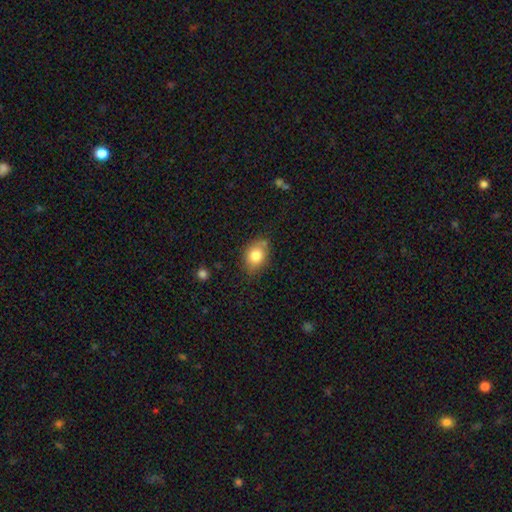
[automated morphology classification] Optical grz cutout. It shows a smooth galaxy with no disk features (81%) that is in between round and cigar-shaped (63%). Merging: none (67%).